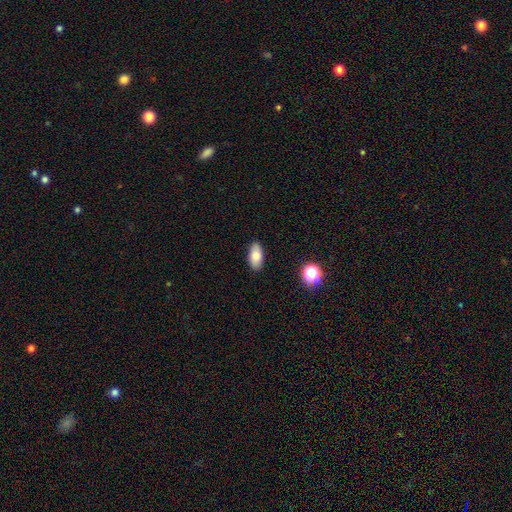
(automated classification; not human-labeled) This appears to be a smooth galaxy with no disk features (79%) that is in between round and cigar-shaped (91%). Merging: none (89%).